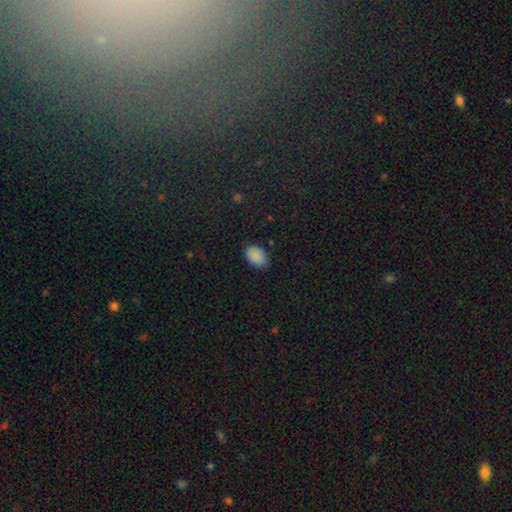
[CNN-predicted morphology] Overall: smooth (89%). How rounded: in between (87%). Merging: none (82%).